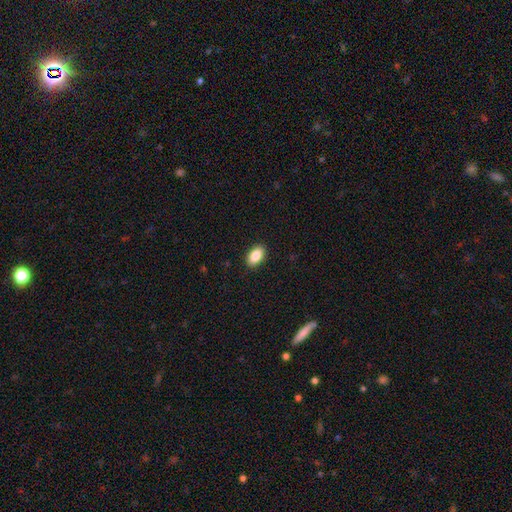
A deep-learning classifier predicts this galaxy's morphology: A smooth galaxy with no disk features (87%) that is in between round and cigar-shaped (93%). Merging: none (90%).